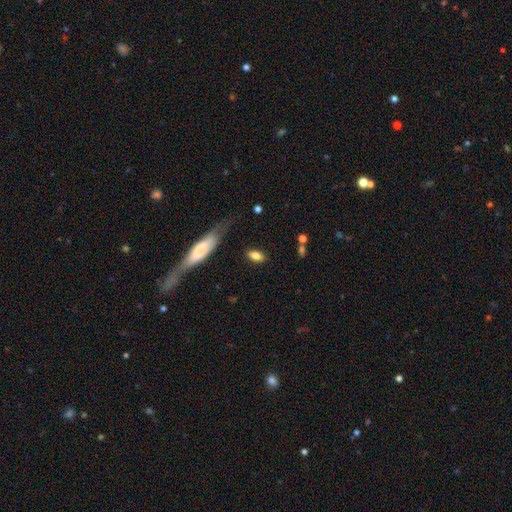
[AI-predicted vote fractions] Morphology: type=smooth (81%); roundness=in between (84%); merging=none (79%).